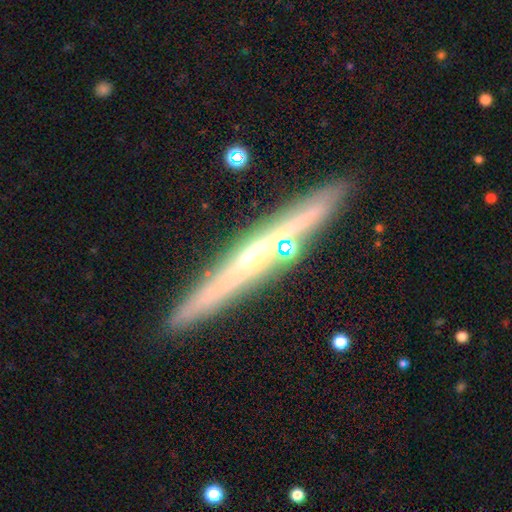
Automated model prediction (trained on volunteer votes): smooth_or_featured: featured or disk (p=0.75) [alt: smooth p=0.18]
disk_edge_on: yes (p=0.94) [alt: no p=0.06]
edge_on_bulge: rounded (p=0.63) [alt: none p=0.32]
merging: none (p=0.85) [alt: minor disturbance p=0.09]